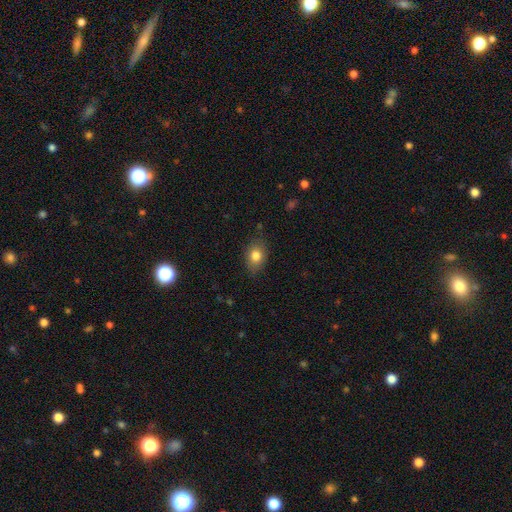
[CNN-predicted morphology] This is clearly a smooth galaxy (81%). How rounded: likely in between (68%). Merging: clearly none (81%).